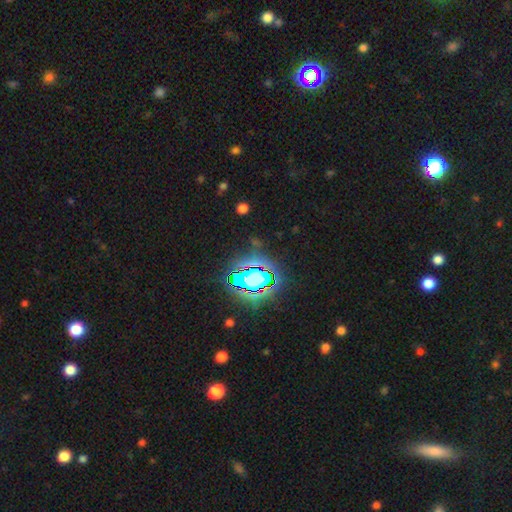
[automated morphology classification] The model was most divided on "smooth or featured": star or artifact: 80%, smooth: 12%, featured or disk: 8%.